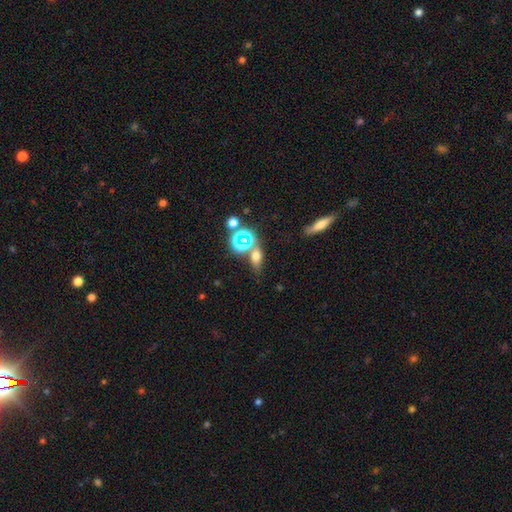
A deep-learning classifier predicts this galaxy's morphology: A smooth galaxy with no disk features (57%) that is in between round and cigar-shaped (67%).

Vote fractions:
- Smooth or featured? smooth: 57% / star or artifact: 29% / featured or disk: 14%
- How rounded? in between: 67% / round: 24% / cigar-shaped: 9%
- Merging? none: 60% / merger: 22% / minor disturbance: 12% / major disturbance: 6%